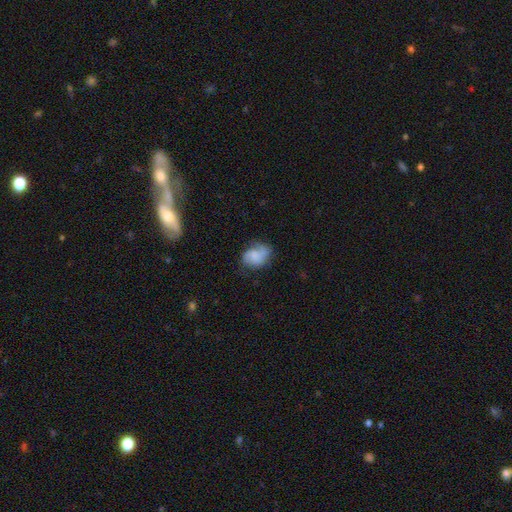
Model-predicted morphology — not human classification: This appears to be a smooth galaxy with no disk features (55%) that is in between round and cigar-shaped (63%). Merging: none (54%).